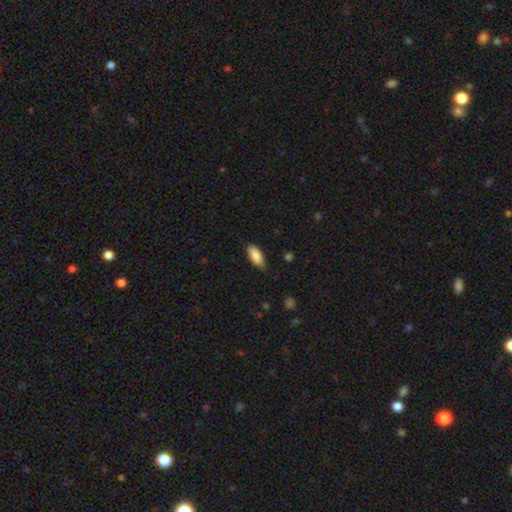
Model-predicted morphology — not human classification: Smooth or featured?
  - smooth: 88% *
  - star or artifact: 6%
  - featured or disk: 5%
How rounded?
  - in between: 87% *
  - cigar-shaped: 11%
  - round: 2%
Merging?
  - none: 80% *
  - minor disturbance: 16%
  - major disturbance: 3%
  - merger: 1%